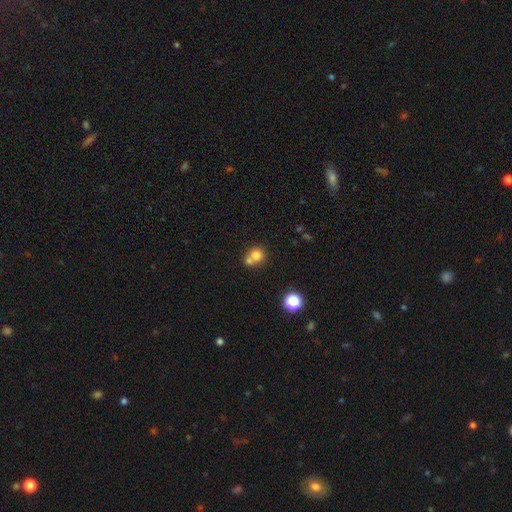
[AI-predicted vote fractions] This appears to be a smooth galaxy with no disk features (75%) that is round (83%). Merging: merger (50%).